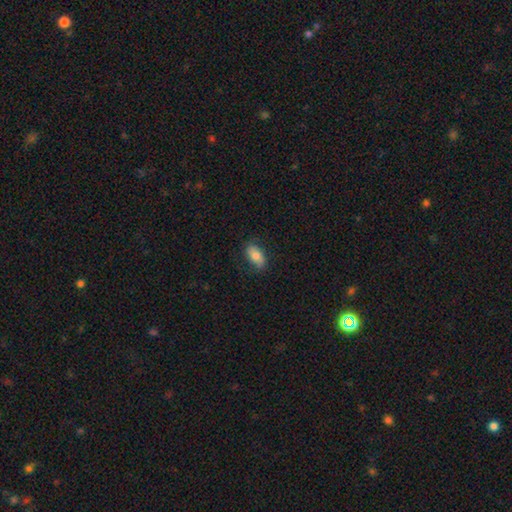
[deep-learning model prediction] The model was most divided on "smooth or featured": smooth: 74%, featured or disk: 20%, star or artifact: 7%. More confident: how rounded — in between (91%); merging — none (78%).